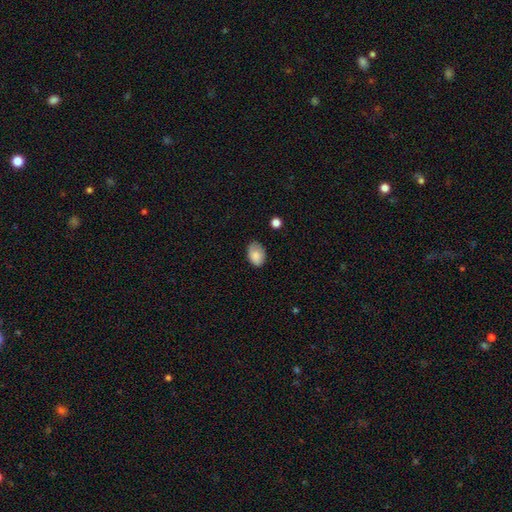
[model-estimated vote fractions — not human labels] A smooth galaxy with no disk features (85%) that is in between round and cigar-shaped (83%). Merging: none (67%).